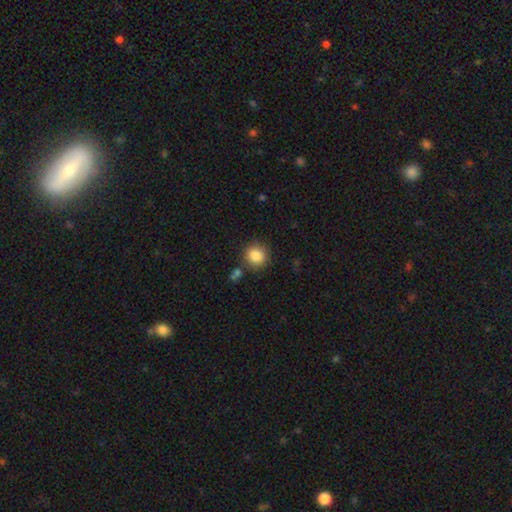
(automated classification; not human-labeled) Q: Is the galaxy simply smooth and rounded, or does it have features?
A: smooth — 85%.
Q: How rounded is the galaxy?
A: round — 86%.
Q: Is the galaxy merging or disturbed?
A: none — 82%.